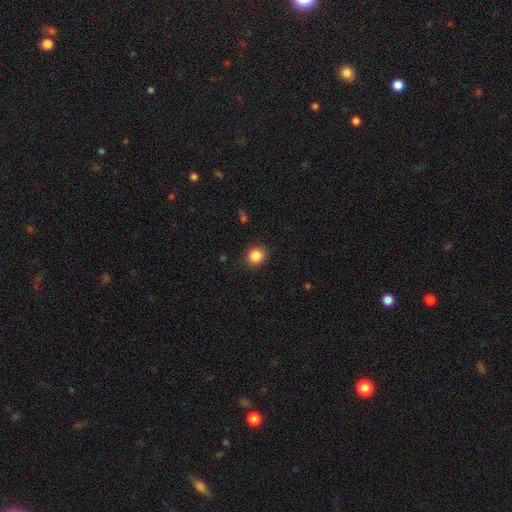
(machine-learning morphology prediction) A smooth galaxy with no disk features (86%) that is round (73%). Merging: none (88%).